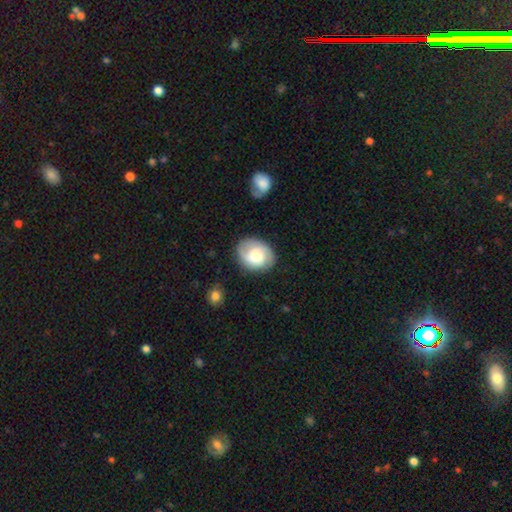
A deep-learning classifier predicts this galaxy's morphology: smooth-or-featured: featured or disk: 52% | smooth: 42% | star or artifact: 7%
  disk-edge-on: no: 97% | yes: 3%
    bar: no: 63% | weak: 32% | strong: 5%
    has-spiral-arms: yes: 88% | no: 12%
    bulge-size: moderate: 40% | large: 33% | small: 17% | none: 6% | dominant: 5%
  merging: none: 77% | minor disturbance: 16% | major disturbance: 5% | merger: 2%